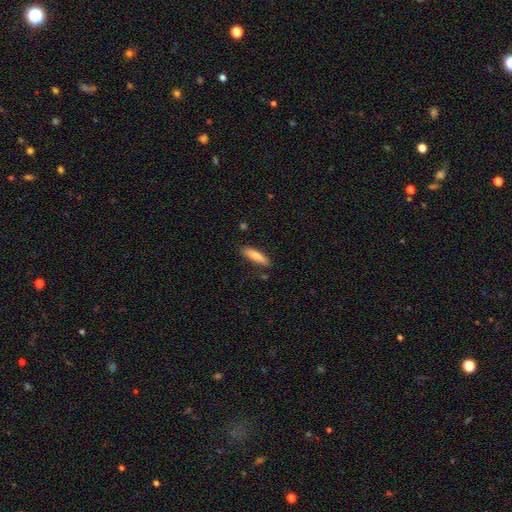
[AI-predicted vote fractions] Smooth or featured? Predicted: smooth (p=0.79). How rounded? Predicted: cigar-shaped (p=0.70). Merging? Predicted: none (p=0.83).